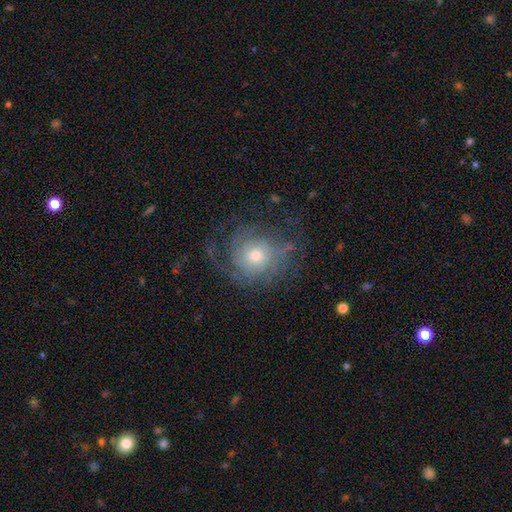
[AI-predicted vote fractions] Smooth or featured: featured or disk — 65% (smooth — 24%)
Edge-on disk: no — 97% (yes — 3%)
Bar: no — 81% (weak — 16%)
Spiral arms: yes — 83% (no — 17%)
Spiral winding: tight — 47% (medium — 33%)
Spiral arm count: can't tell — 44% (2 — 20%)
Bulge size: moderate — 57% (small — 34%)
Merging: none — 60% (major disturbance — 21%)